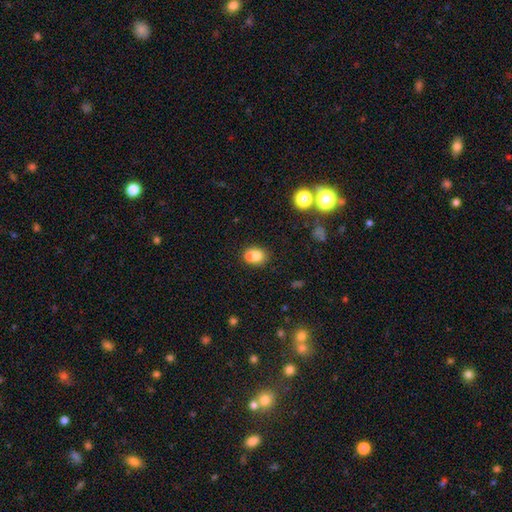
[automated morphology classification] Q: Smooth or featured?
A: smooth (74%); runner-up: featured or disk (16%)
Q: How rounded?
A: in between (51%); runner-up: round (48%)
Q: Merging?
A: merger (45%); runner-up: none (40%)